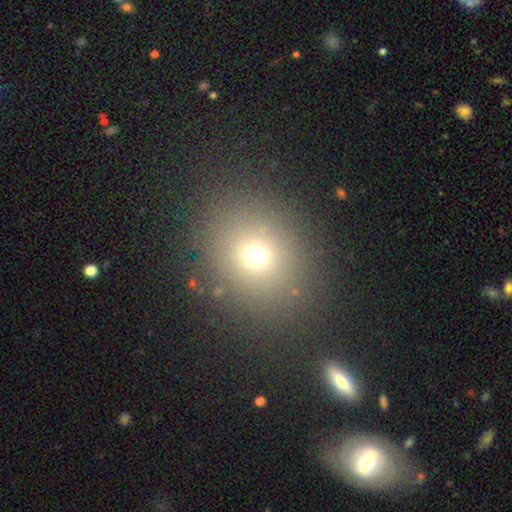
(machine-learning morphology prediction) Smooth or featured: smooth — 68% (star or artifact — 21%)
How rounded: round — 73% (in between — 26%)
Merging: none — 84% (minor disturbance — 8%)